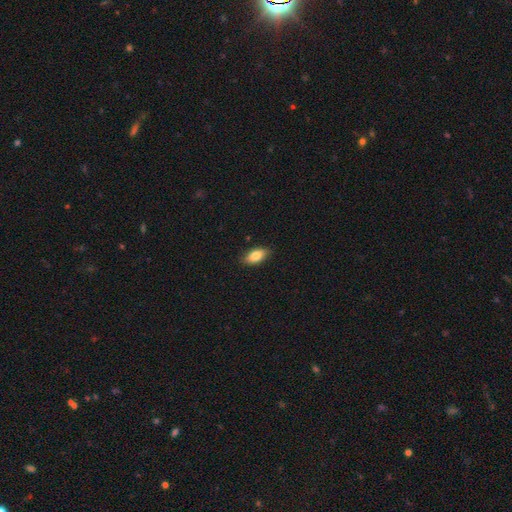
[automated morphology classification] Smooth or featured? smooth (81%)
How rounded? in between (89%)
Merging? none (87%)